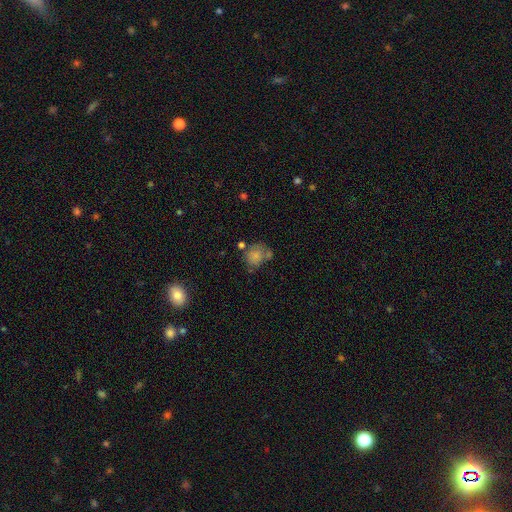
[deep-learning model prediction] Smooth or featured? Predicted: smooth (p=0.73). How rounded? Predicted: round (p=0.69). Merging? Predicted: none (p=0.47).